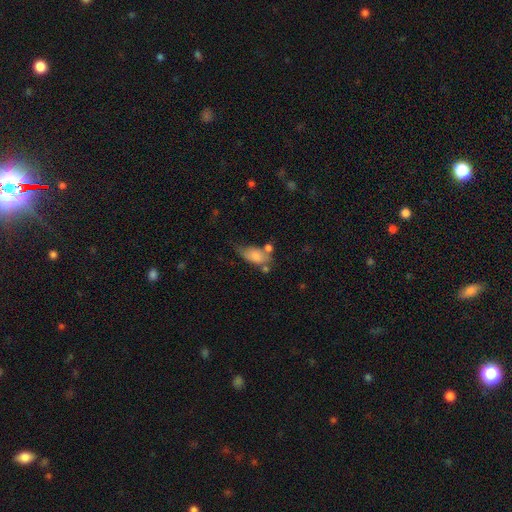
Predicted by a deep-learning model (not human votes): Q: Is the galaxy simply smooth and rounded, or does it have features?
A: smooth — 77%.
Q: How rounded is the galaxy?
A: in between — 88%.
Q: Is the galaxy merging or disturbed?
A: none — 32%.